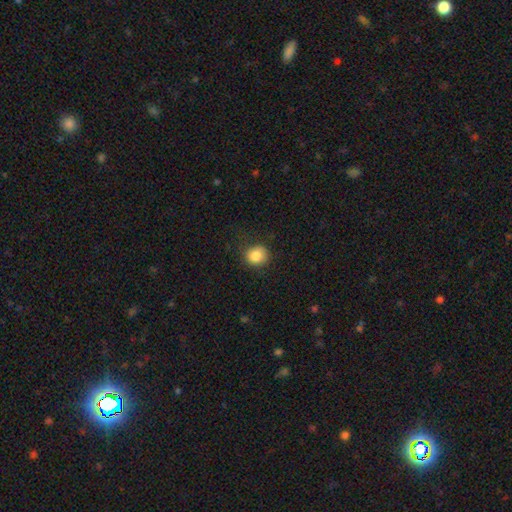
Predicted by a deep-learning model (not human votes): Smooth or featured? Predicted: smooth (p=0.84). How rounded? Predicted: round (p=0.80). Merging? Predicted: none (p=0.76).